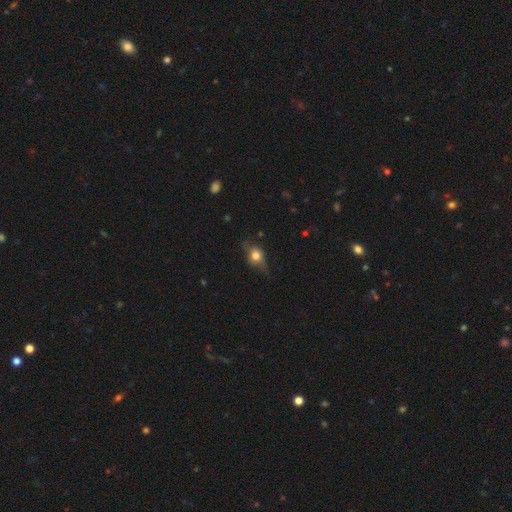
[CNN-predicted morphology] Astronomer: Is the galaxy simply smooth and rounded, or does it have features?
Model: smooth — 58%.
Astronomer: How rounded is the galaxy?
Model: in between — 50% (runner-up: round, 43%).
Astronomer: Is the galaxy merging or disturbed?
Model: none — 66%.